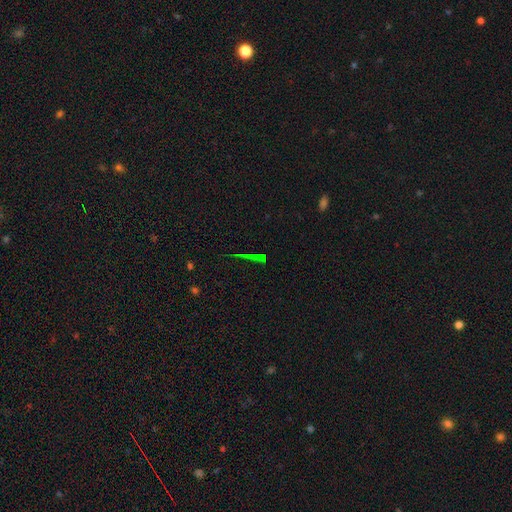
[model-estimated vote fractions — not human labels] smooth_or_featured: star or artifact (p=0.60) [alt: featured or disk p=0.20]